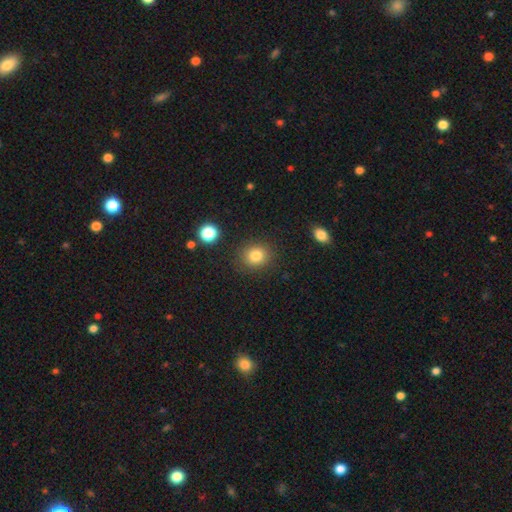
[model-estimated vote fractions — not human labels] This is clearly a smooth galaxy (83%). How rounded: likely round (76%). Merging: clearly none (86%).